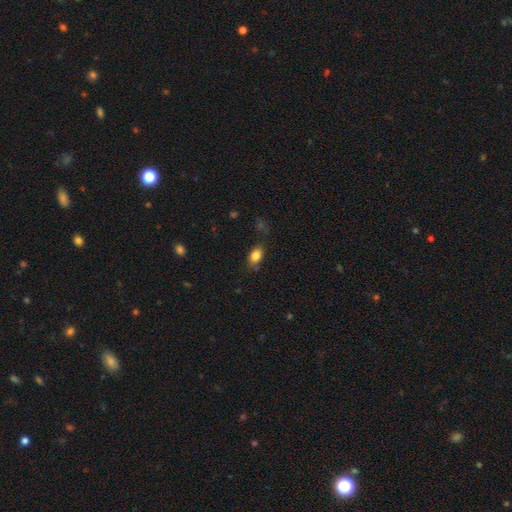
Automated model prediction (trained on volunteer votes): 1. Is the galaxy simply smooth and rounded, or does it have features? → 83% smooth, 9% star or artifact, 7% featured or disk.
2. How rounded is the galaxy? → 85% in between, 14% round, 2% cigar-shaped.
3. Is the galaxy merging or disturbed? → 77% none, 16% minor disturbance, 4% major disturbance, 3% merger.